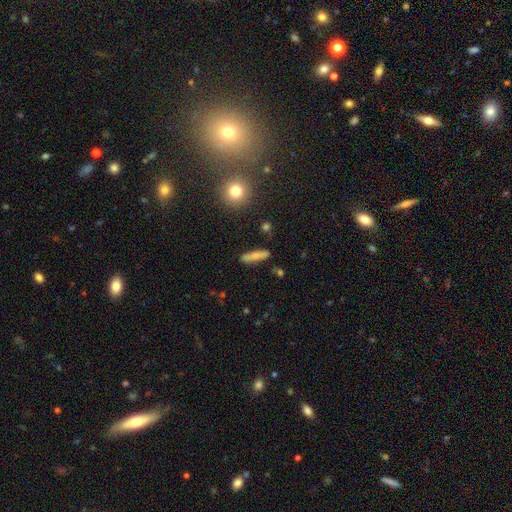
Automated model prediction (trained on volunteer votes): This appears to be a smooth galaxy with no disk features (79%) that is cigar-shaped (78%). Merging: none (84%).